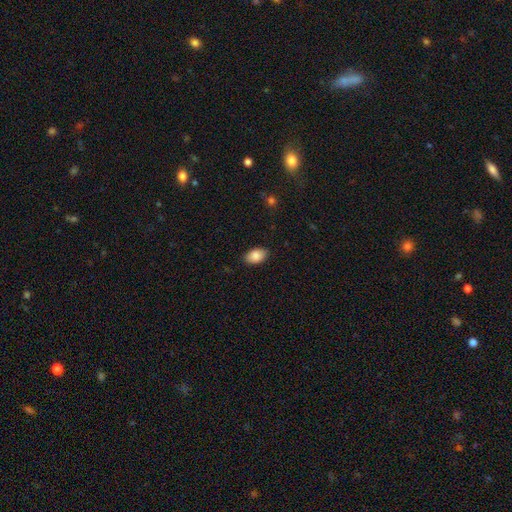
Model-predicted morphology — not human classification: smooth_or_featured: smooth (p=0.88) [alt: star or artifact p=0.07]
how_rounded: in between (p=0.90) [alt: round p=0.09]
merging: none (p=0.87) [alt: minor disturbance p=0.10]